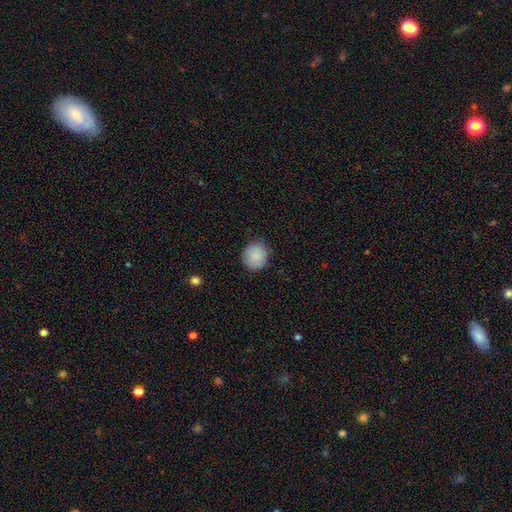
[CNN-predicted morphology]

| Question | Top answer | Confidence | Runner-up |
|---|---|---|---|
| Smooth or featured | smooth | 88% | star or artifact (8%) |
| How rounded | round | 88% | in between (11%) |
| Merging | none | 88% | minor disturbance (9%) |